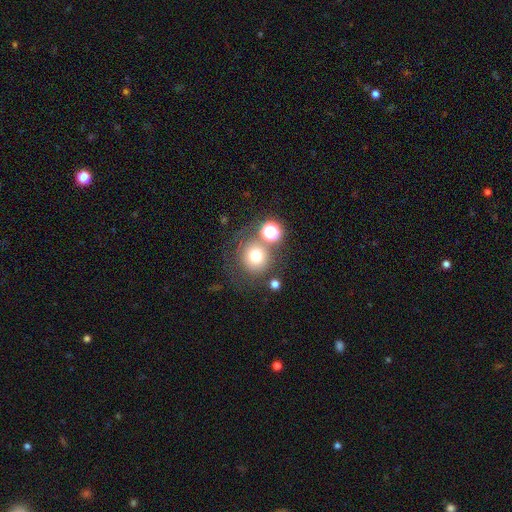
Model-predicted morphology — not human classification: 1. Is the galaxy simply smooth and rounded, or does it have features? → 72% smooth, 15% star or artifact, 13% featured or disk.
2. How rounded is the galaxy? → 91% round, 9% in between, 1% cigar-shaped.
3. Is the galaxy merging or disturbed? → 61% none, 18% merger, 13% minor disturbance, 9% major disturbance.